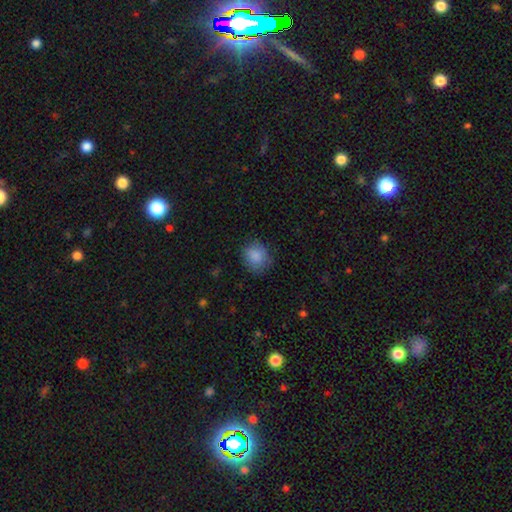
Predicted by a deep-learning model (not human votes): Smooth or featured? Predicted: smooth (p=0.86). How rounded? Predicted: round (p=0.75). Merging? Predicted: none (p=0.78).